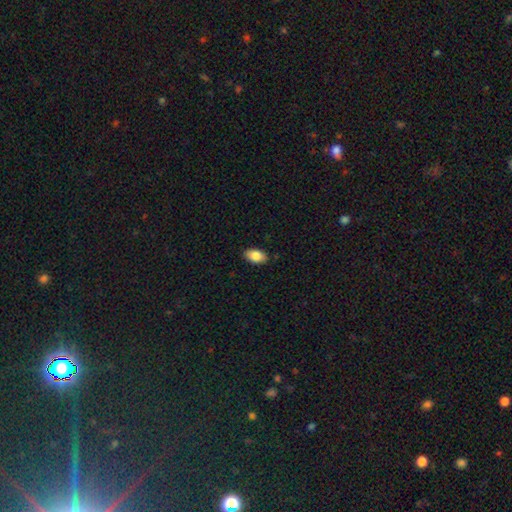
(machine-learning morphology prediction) smooth_or_featured: smooth (p=0.85) [alt: featured or disk p=0.08]
how_rounded: in between (p=0.92) [alt: round p=0.06]
merging: none (p=0.87) [alt: minor disturbance p=0.10]